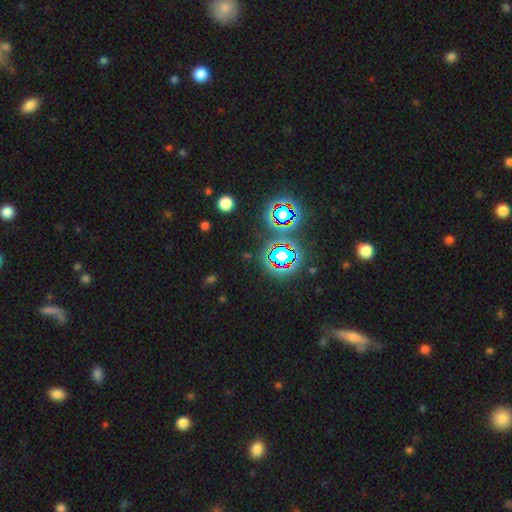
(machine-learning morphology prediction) type=star or artifact (78%).